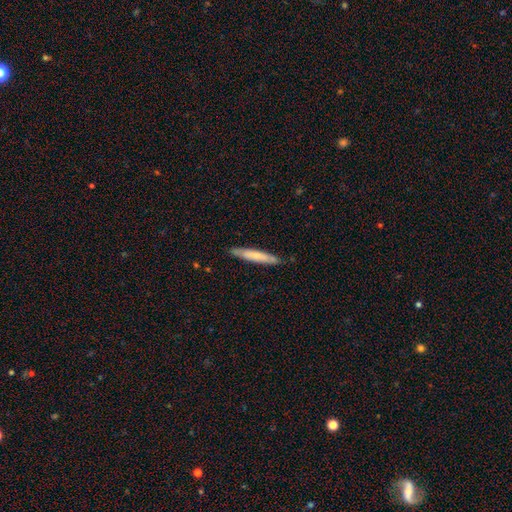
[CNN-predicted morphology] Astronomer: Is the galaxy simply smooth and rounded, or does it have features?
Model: smooth — 64%.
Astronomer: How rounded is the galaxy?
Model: cigar-shaped — 93%.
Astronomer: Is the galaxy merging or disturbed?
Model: none — 85%.